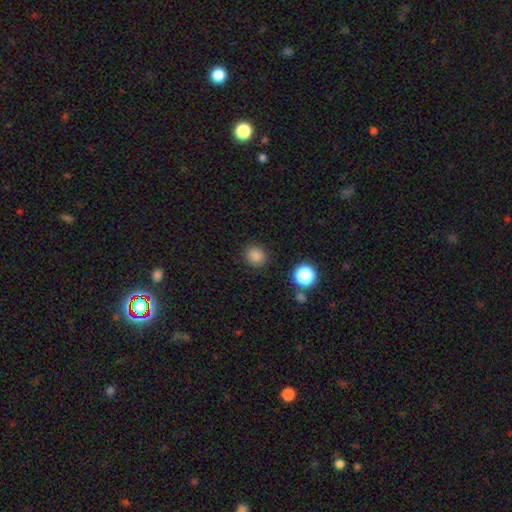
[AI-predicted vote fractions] A smooth galaxy with no disk features (83%) that is round (81%). Merging: none (89%).